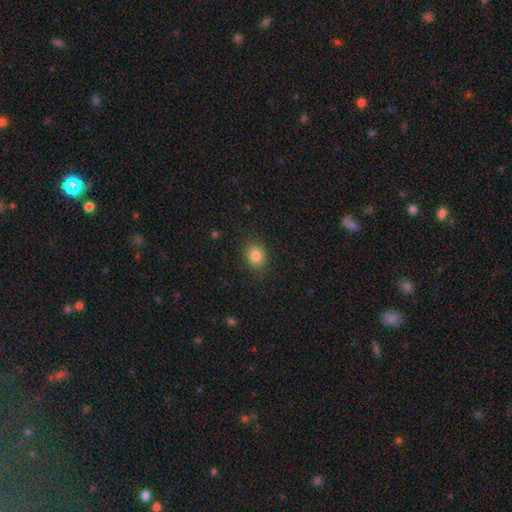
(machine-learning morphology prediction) Smooth or featured: smooth — 83% (star or artifact — 11%)
How rounded: round — 54% (in between — 45%)
Merging: none — 87% (minor disturbance — 10%)